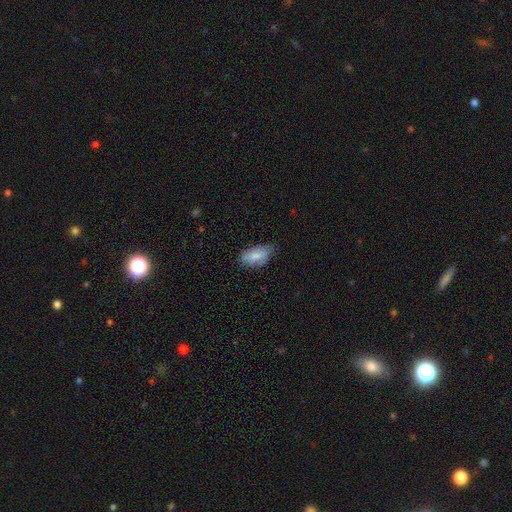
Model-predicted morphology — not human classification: This is clearly a smooth galaxy (80%). How rounded: clearly in between (91%). Merging: likely none (67%).